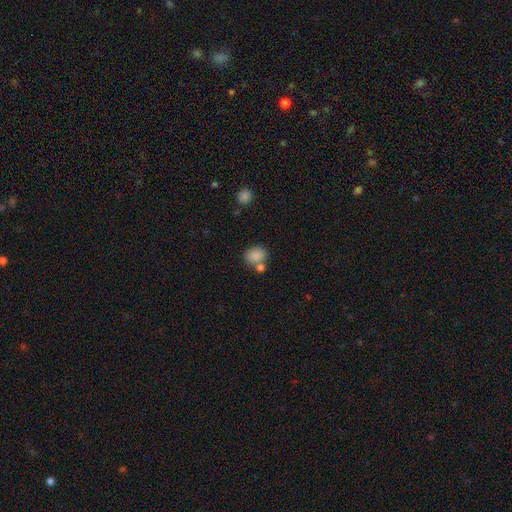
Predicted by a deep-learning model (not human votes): Smooth or featured?
  - smooth: 85% *
  - star or artifact: 9%
  - featured or disk: 6%
How rounded?
  - round: 51% *
  - in between: 48%
  - cigar-shaped: 1%
Merging?
  - none: 60% *
  - merger: 23%
  - minor disturbance: 12%
  - major disturbance: 4%